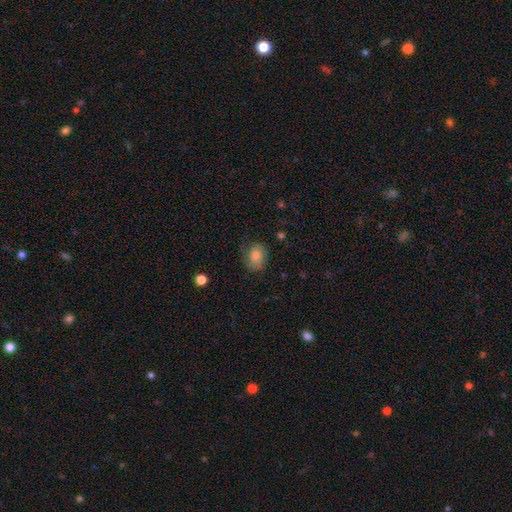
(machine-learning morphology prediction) Overall: smooth (69%). How rounded: in between (53%; round 46%). Merging: none (68%).